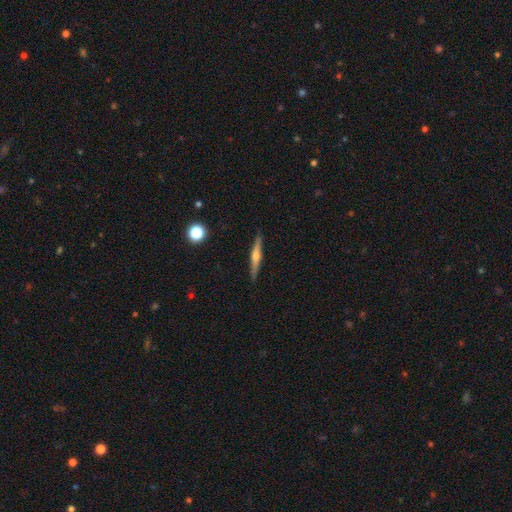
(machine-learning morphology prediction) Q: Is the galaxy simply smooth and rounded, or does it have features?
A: featured or disk — 65%.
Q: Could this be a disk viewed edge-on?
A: yes — 97%.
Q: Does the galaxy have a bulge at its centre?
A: rounded — 83%.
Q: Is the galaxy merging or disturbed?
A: none — 90%.